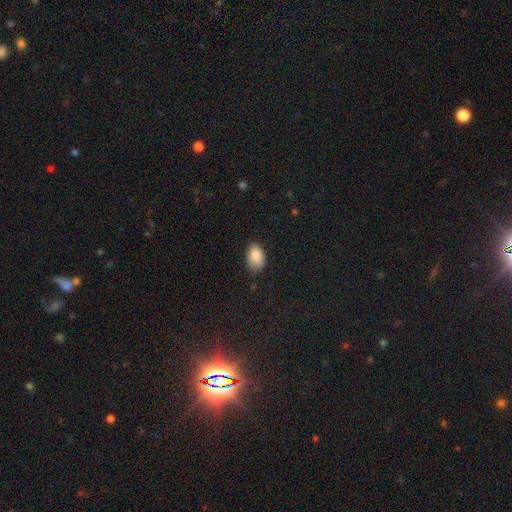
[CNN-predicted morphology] smooth_or_featured: smooth (p=0.87) [alt: star or artifact p=0.07]
how_rounded: in between (p=0.91) [alt: round p=0.07]
merging: none (p=0.69) [alt: minor disturbance p=0.25]